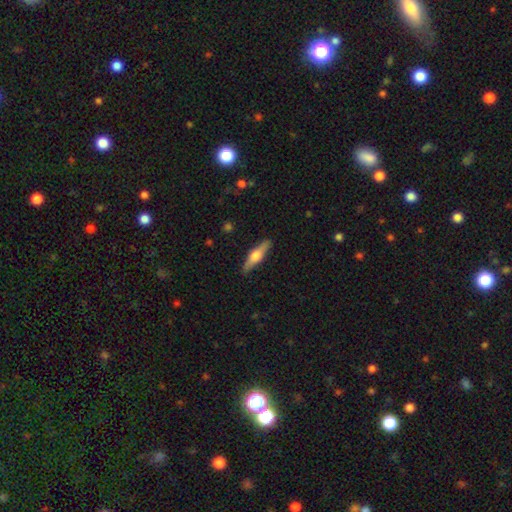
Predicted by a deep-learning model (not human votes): This appears to be a featured or disk galaxy (58%) viewed edge-on (95%) with a rounded central bulge (91%). Merging: none (89%).